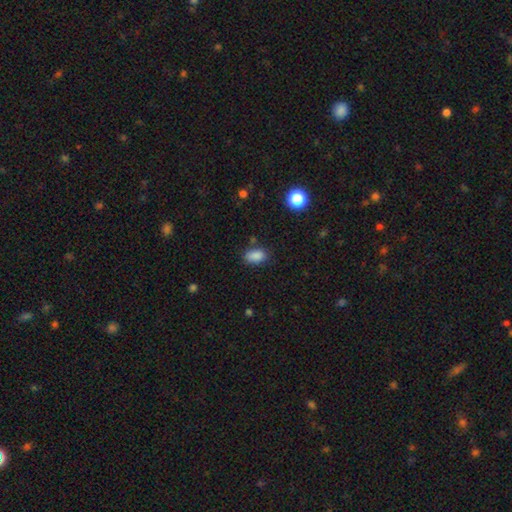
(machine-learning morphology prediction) Smooth or featured: smooth — 86% (star or artifact — 10%)
How rounded: in between — 88% (round — 10%)
Merging: none — 78% (minor disturbance — 15%)